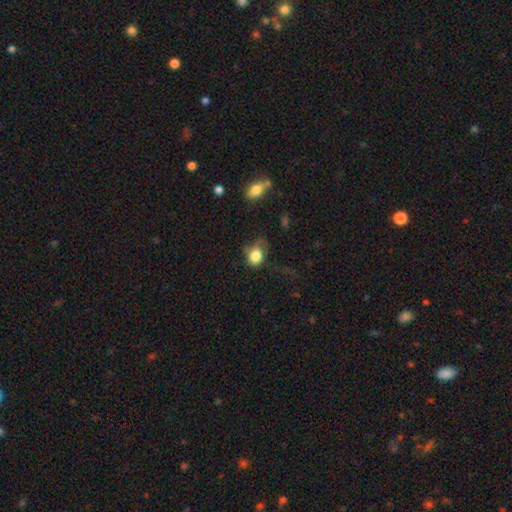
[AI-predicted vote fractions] Overall: smooth (80%). How rounded: in between (55%; round 44%). Merging: none (40%; minor disturbance 33%).